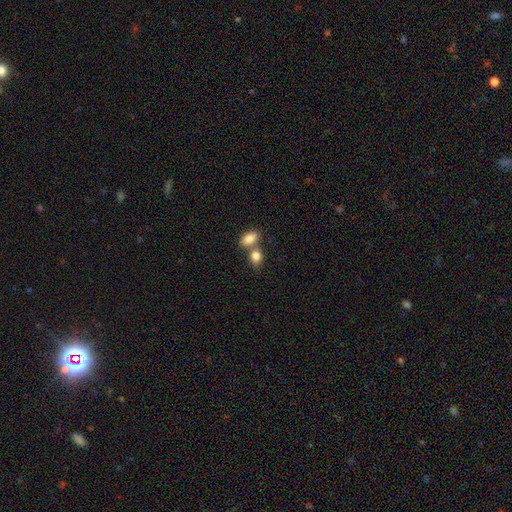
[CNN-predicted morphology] A smooth galaxy with no disk features (84%) that is in between round and cigar-shaped (72%). Merging: merger (49%).